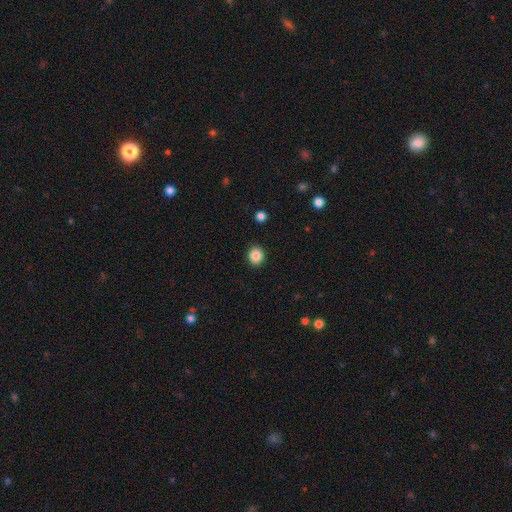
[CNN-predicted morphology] A smooth galaxy with no disk features (87%) that is round (81%).

Vote fractions:
- Smooth or featured? smooth: 87% / star or artifact: 10% / featured or disk: 4%
- How rounded? round: 81% / in between: 18% / cigar-shaped: 1%
- Merging? none: 92% / minor disturbance: 5% / major disturbance: 2% / merger: 1%